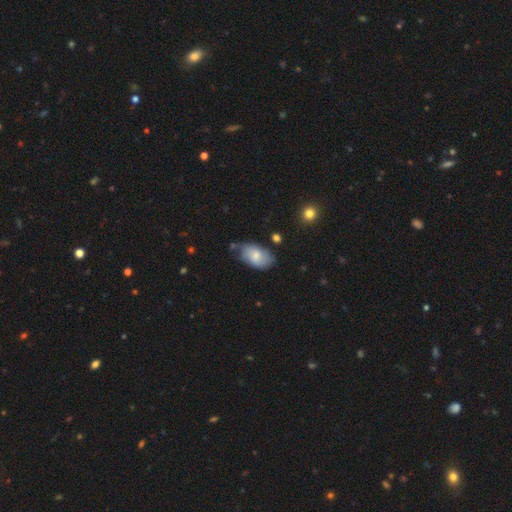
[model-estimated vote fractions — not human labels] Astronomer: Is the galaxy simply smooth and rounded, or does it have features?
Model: smooth — 68%.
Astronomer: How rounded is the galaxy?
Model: in between — 93%.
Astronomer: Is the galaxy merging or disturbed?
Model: none — 61%.